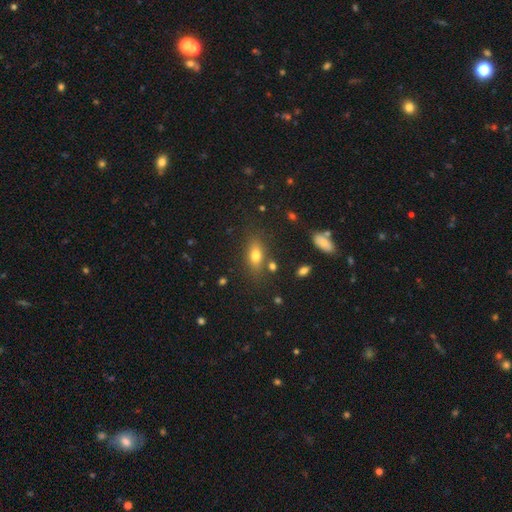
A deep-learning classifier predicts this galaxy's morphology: type=smooth (73%); roundness=in between (76%); merging=none (77%).